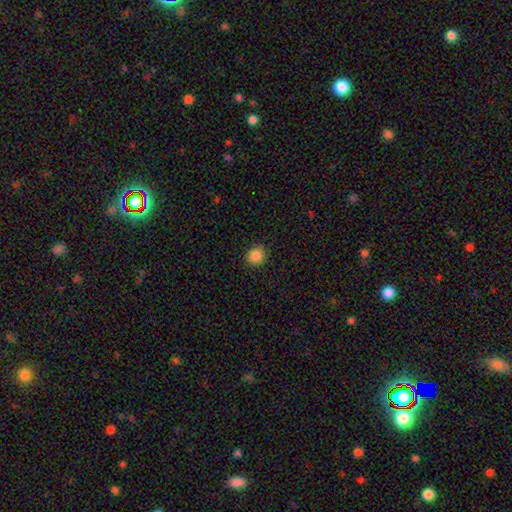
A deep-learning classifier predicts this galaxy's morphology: Overall: smooth (87%). How rounded: round (87%). Merging: none (91%).